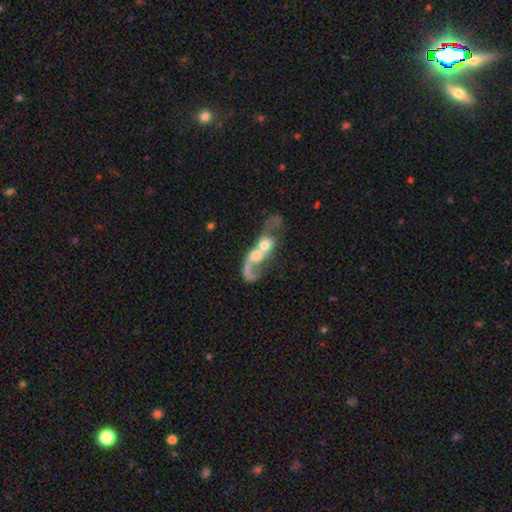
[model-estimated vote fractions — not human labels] This appears to be a featured or disk galaxy (58%) with no bar (78%), spiral arms (51%) and a moderate central bulge (46%). Merging: merger (82%).